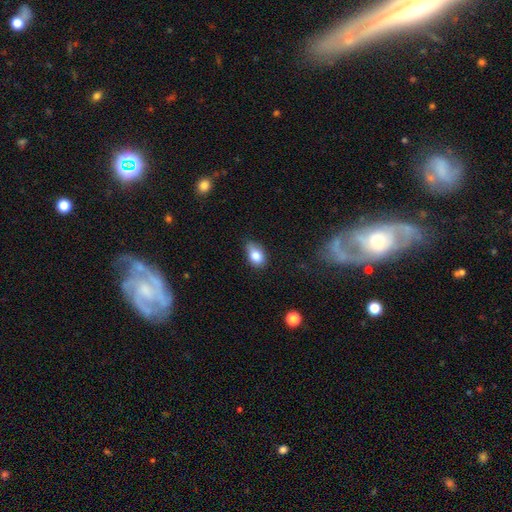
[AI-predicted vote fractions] This is clearly a smooth galaxy (82%). How rounded: clearly in between (85%). Merging: possibly none (59%).